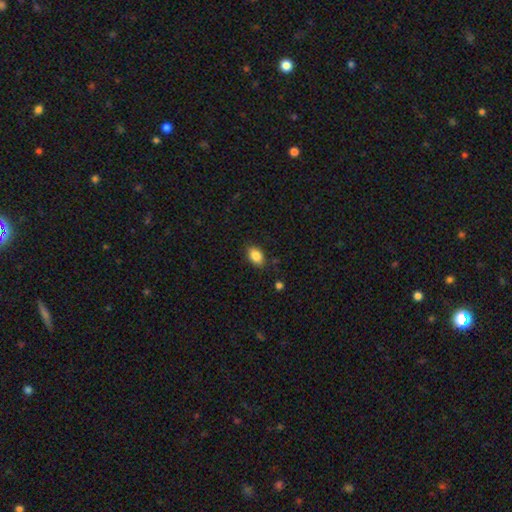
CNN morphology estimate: The model was most divided on "how rounded": in between: 83%, round: 16%, cigar-shaped: 1%. More confident: smooth or featured — smooth (86%); merging — none (85%).